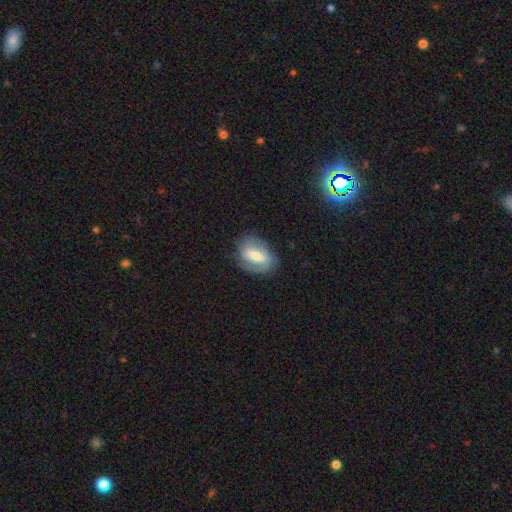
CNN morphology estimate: Smooth or featured? featured or disk (68%)
Edge-on disk? no (95%)
Bar? strong (41%, tied with weak)
Spiral arms? yes (84%)
Spiral winding? tight (45%)
Spiral arm count? 2 (63%)
Bulge size? moderate (53%)
Merging? none (72%)